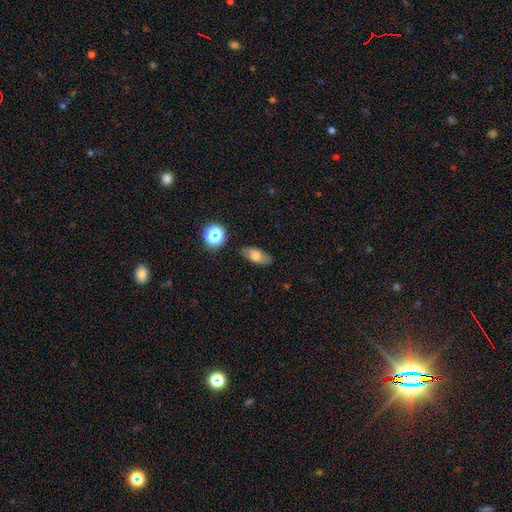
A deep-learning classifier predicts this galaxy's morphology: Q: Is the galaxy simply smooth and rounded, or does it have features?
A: smooth — 67%.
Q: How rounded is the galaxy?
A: in between — 82%.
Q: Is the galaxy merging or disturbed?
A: none — 83%.